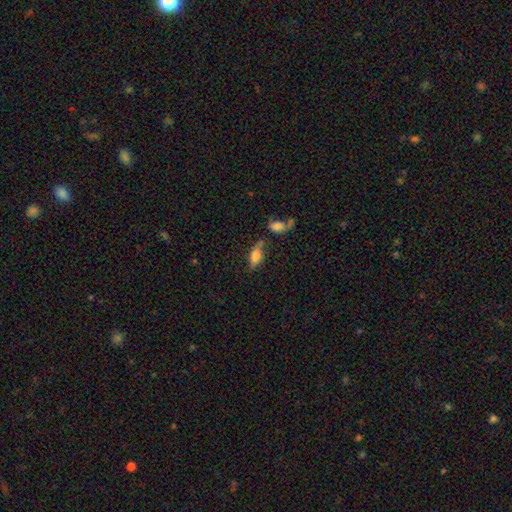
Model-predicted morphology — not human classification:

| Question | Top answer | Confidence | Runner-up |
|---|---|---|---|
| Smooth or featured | smooth | 57% | featured or disk (34%) |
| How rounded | in between | 76% | cigar-shaped (18%) |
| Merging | none | 60% | minor disturbance (20%) |